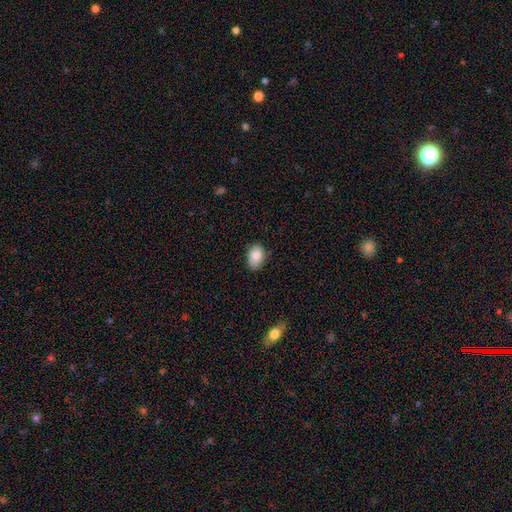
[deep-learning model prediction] smooth 86%, star or artifact 7%, featured or disk 6%. Down the decision tree: how rounded — in between (86%); merging — none (80%).